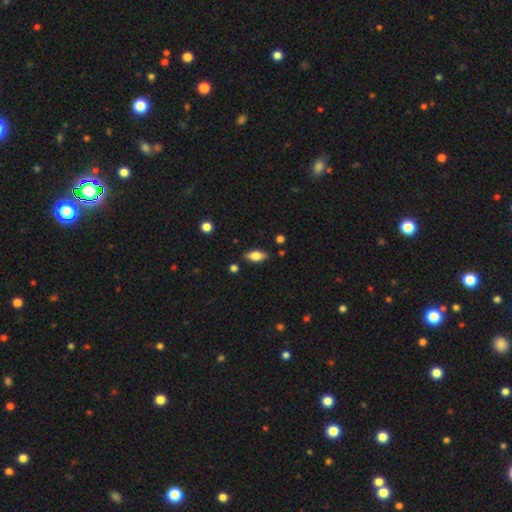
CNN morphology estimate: type=smooth (71%); roundness=in between (84%); merging=none (85%).